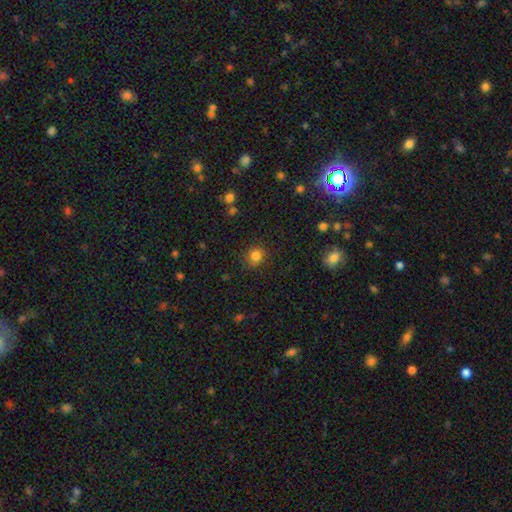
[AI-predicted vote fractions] Smooth or featured? smooth (82%)
How rounded? round (87%)
Merging? none (82%)